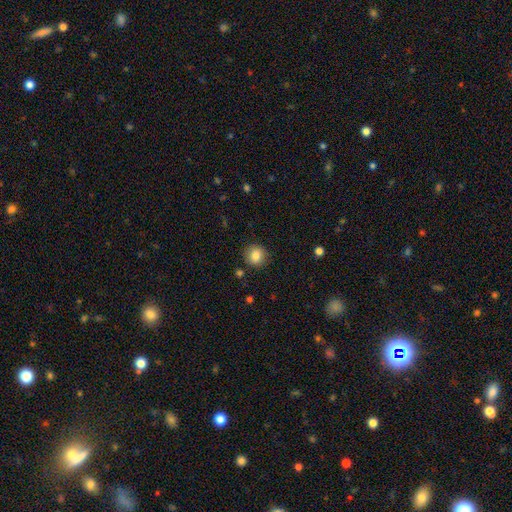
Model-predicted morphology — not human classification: This is clearly a smooth galaxy (84%). How rounded: clearly round (90%). Merging: clearly none (89%).